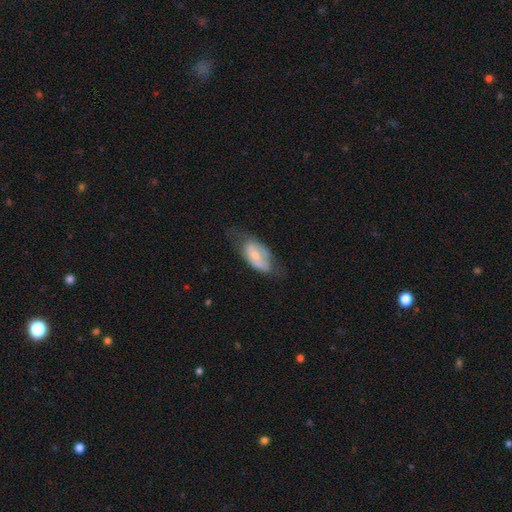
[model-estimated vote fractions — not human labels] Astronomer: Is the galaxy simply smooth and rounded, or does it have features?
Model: smooth — 51% (runner-up: featured or disk, 43%).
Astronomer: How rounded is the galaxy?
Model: in between — 91%.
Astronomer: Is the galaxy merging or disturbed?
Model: none — 45% (runner-up: minor disturbance, 33%).